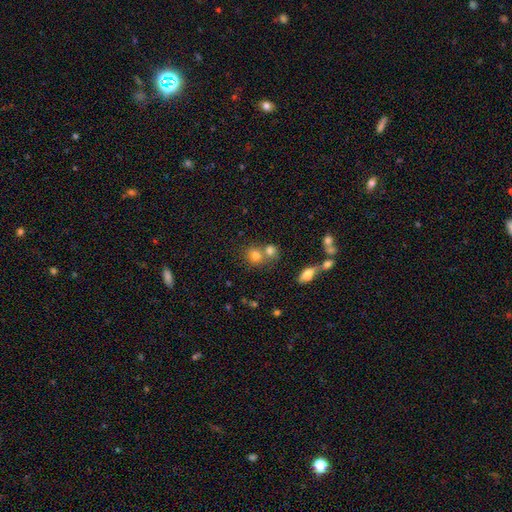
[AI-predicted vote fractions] Smooth or featured? Predicted: smooth (p=0.76). How rounded? Predicted: round (p=0.71). Merging? Predicted: merger (p=0.45).